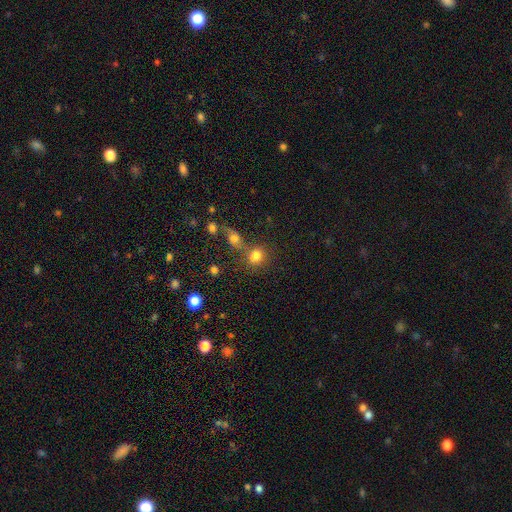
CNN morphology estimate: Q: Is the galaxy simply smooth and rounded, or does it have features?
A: smooth — 76%.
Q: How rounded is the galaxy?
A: round — 60%.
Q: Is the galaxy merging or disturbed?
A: none — 47%.